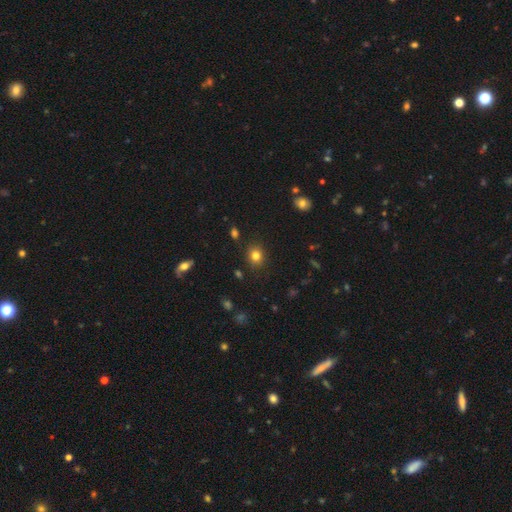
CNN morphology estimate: A smooth galaxy with no disk features (80%) that is round (74%). Merging: none (87%).